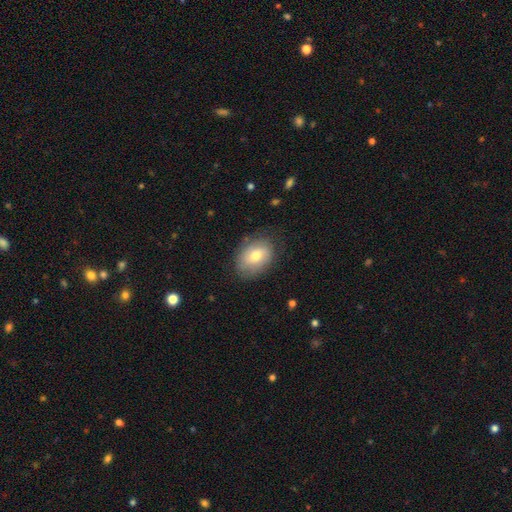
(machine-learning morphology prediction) Smooth or featured? smooth (65%)
How rounded? in between (76%)
Merging? none (75%)